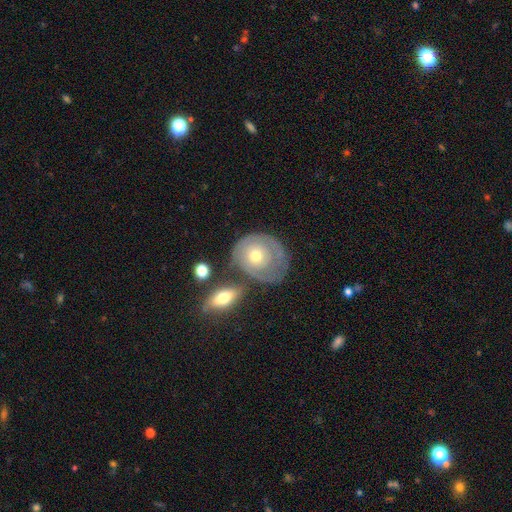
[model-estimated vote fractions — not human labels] featured or disk 58%, smooth 37%, star or artifact 6%. Down the decision tree: edge-on disk — no (94%); bar — no (88%); spiral arms — yes (58%); bulge size — moderate (60%); merging — none (46%).